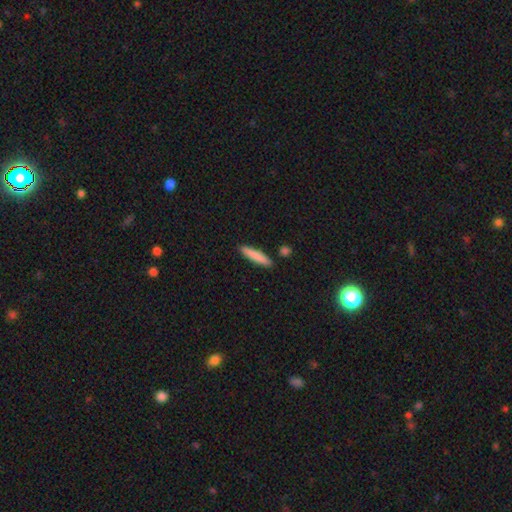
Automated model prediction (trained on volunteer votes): This appears to be a smooth galaxy with no disk features (82%) that is cigar-shaped (89%). Merging: none (87%).